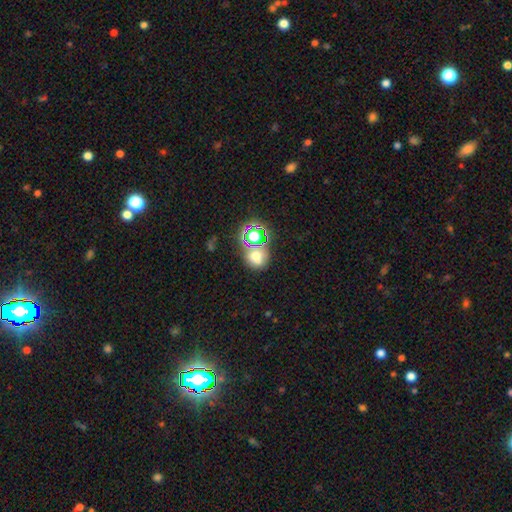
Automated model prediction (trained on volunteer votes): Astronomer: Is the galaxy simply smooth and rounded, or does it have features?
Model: smooth — 53% (runner-up: star or artifact, 36%).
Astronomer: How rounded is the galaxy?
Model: round — 68%.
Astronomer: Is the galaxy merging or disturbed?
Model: none — 59%.